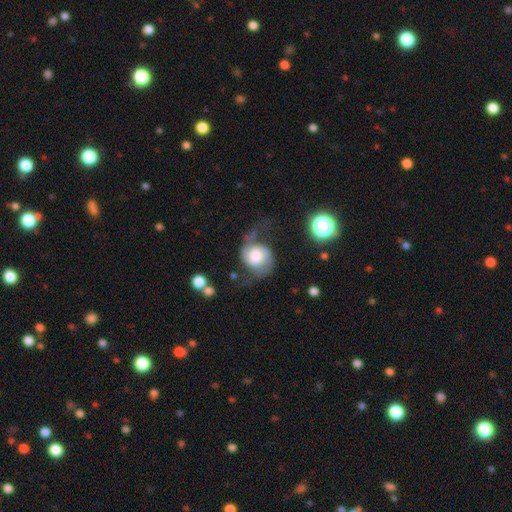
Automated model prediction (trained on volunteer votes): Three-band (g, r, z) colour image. It shows a featured or disk galaxy (70%) with no bar (65%), 2 (87%) loose (52%) spiral arms (92%) and a moderate central bulge (45%). Merging: none (47%).